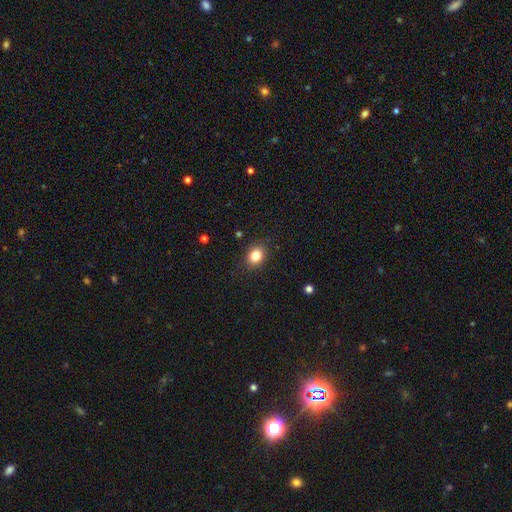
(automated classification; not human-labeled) Q: Smooth or featured?
A: smooth (83%); runner-up: star or artifact (10%)
Q: How rounded?
A: in between (50%); runner-up: round (49%)
Q: Merging?
A: none (87%); runner-up: minor disturbance (9%)